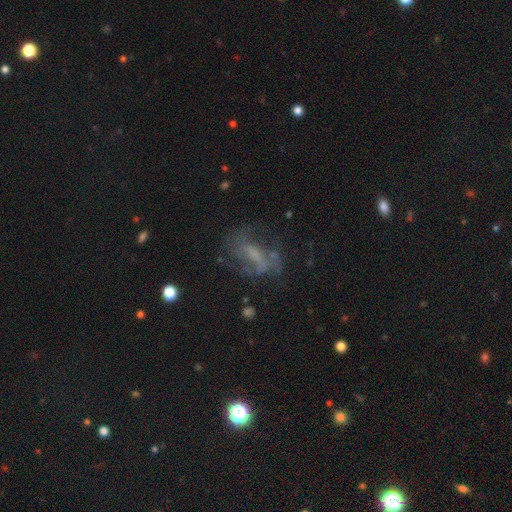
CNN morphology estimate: This appears to be a featured or disk galaxy (63%) with a weak bar (43%), spiral arms (72%) and no central bulge (40%). Merging: none (54%).